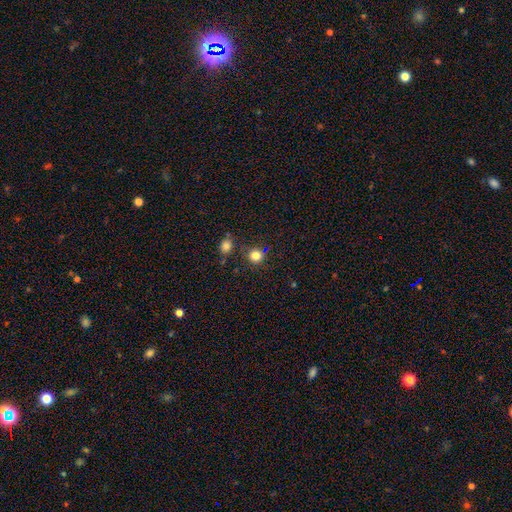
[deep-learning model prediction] smooth 81%, star or artifact 14%, featured or disk 5%. Down the decision tree: how rounded — round (92%); merging — none (85%).